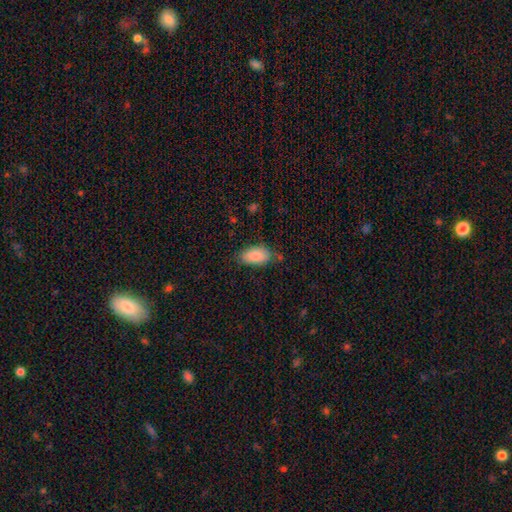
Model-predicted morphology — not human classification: Smooth or featured?
  - smooth: 85% *
  - featured or disk: 8%
  - star or artifact: 7%
How rounded?
  - in between: 93% *
  - cigar-shaped: 4%
  - round: 3%
Merging?
  - none: 73% *
  - minor disturbance: 20%
  - major disturbance: 4%
  - merger: 3%